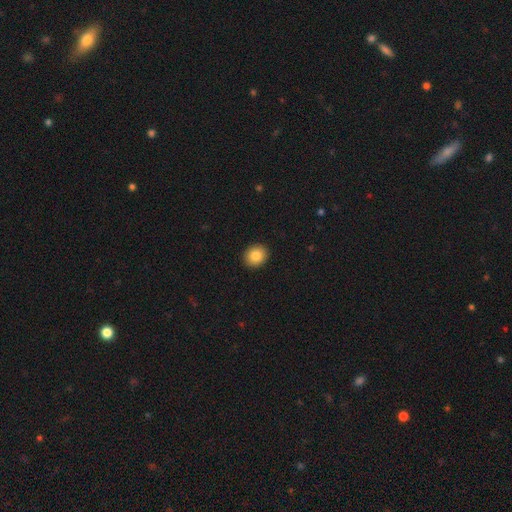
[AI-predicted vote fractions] smooth_or_featured: smooth (p=0.84) [alt: star or artifact p=0.09]
how_rounded: round (p=0.73) [alt: in between p=0.26]
merging: none (p=0.92) [alt: minor disturbance p=0.05]